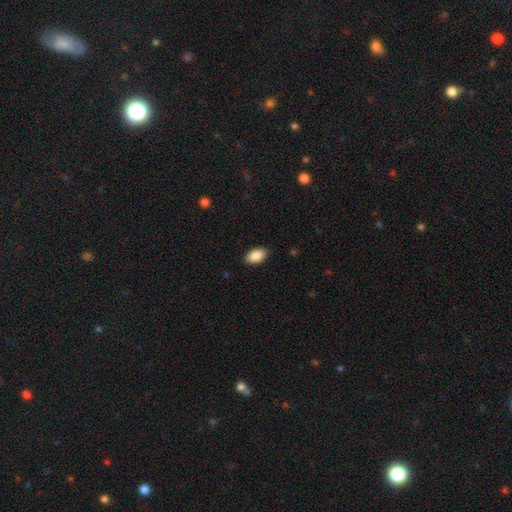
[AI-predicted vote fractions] Smooth or featured? Predicted: smooth (p=0.88). How rounded? Predicted: in between (p=0.93). Merging? Predicted: none (p=0.87).